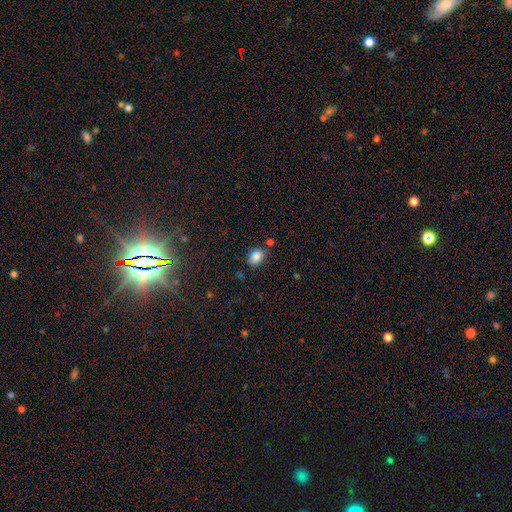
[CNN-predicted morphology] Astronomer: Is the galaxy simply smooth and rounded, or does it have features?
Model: smooth — 84%.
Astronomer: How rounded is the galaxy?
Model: in between — 65%.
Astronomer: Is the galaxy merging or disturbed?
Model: none — 78%.